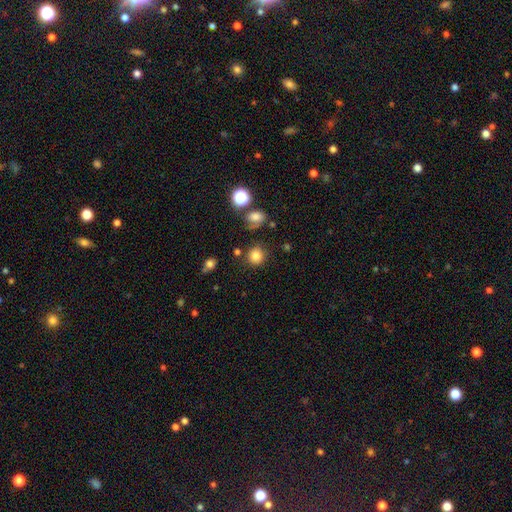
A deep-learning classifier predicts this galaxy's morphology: Q: Smooth or featured?
A: smooth (81%); runner-up: star or artifact (12%)
Q: How rounded?
A: round (89%); runner-up: in between (10%)
Q: Merging?
A: none (79%); runner-up: minor disturbance (11%)